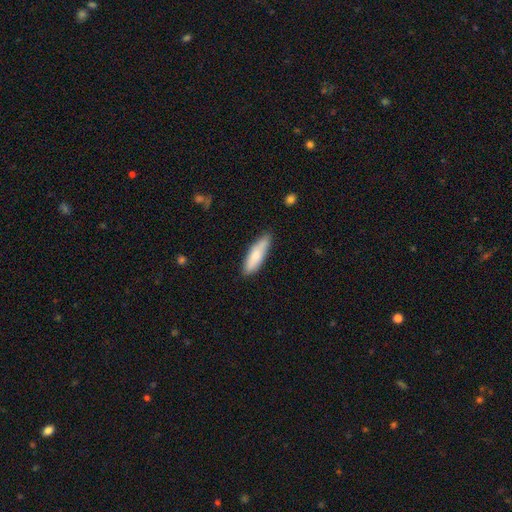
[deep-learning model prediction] Overall: smooth (76%). How rounded: cigar-shaped (58%; in between 40%). Merging: none (79%).